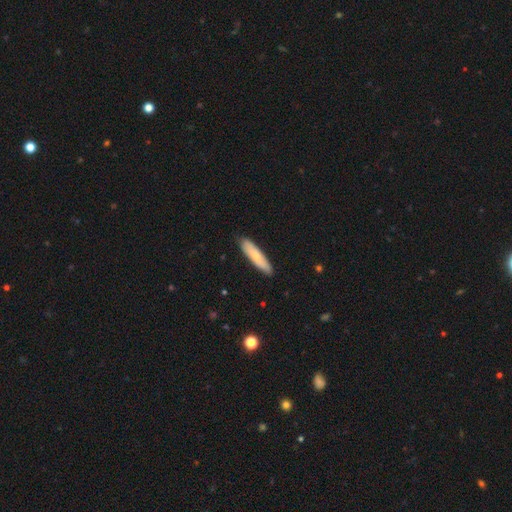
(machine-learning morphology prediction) smooth_or_featured: smooth (p=0.71) [alt: featured or disk p=0.24]
how_rounded: cigar-shaped (p=0.79) [alt: in between p=0.19]
merging: none (p=0.87) [alt: minor disturbance p=0.10]